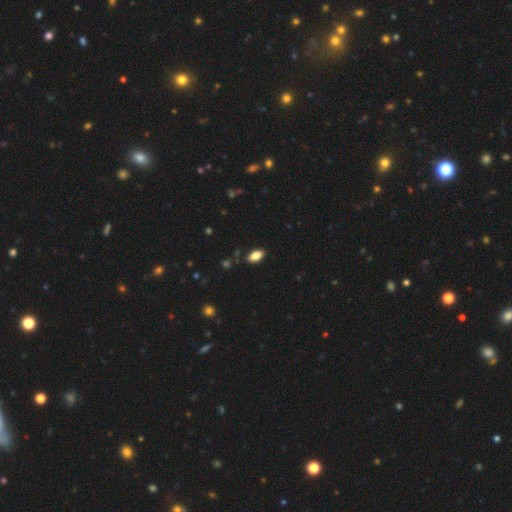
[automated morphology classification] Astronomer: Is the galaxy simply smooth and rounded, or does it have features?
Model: smooth — 83%.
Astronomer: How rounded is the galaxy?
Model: in between — 93%.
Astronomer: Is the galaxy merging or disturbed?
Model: none — 85%.